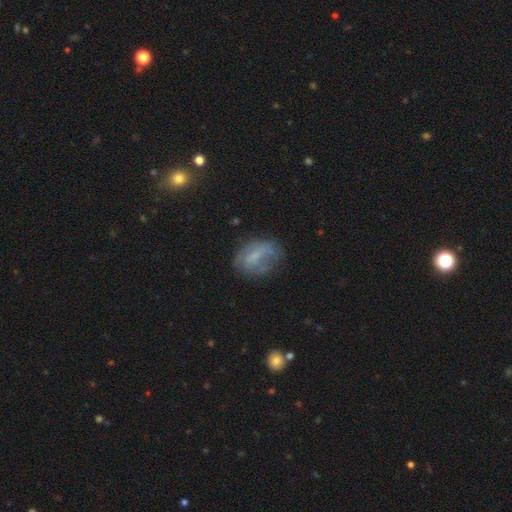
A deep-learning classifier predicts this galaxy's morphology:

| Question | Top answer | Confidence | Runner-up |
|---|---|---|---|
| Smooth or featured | smooth | 50% | featured or disk (38%) |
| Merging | none | 53% | minor disturbance (27%) |